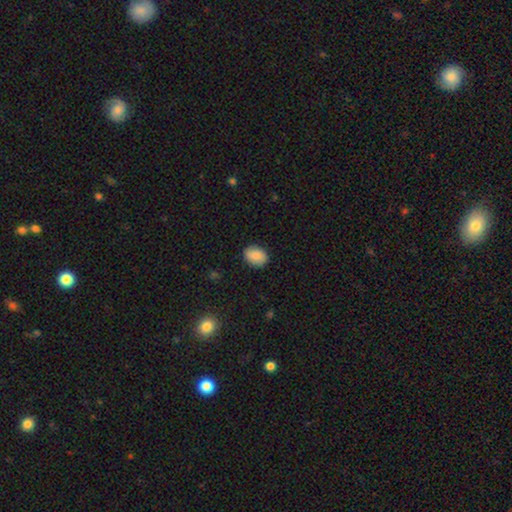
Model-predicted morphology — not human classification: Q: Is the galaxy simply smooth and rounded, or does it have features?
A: smooth — 85%.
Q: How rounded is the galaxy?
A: in between — 67%.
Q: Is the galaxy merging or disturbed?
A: none — 86%.